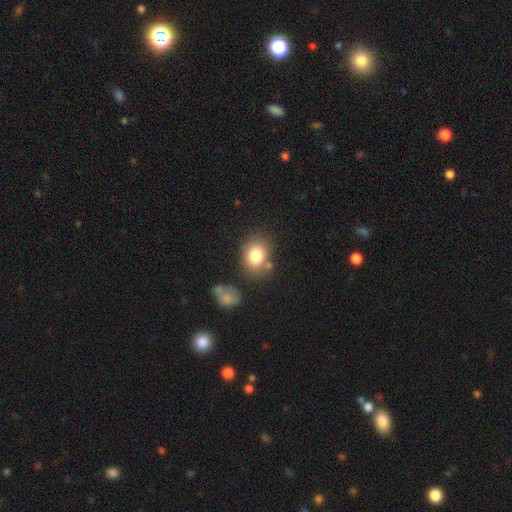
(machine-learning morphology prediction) A smooth galaxy with no disk features (79%) that is in between round and cigar-shaped (53%). Merging: none (70%).